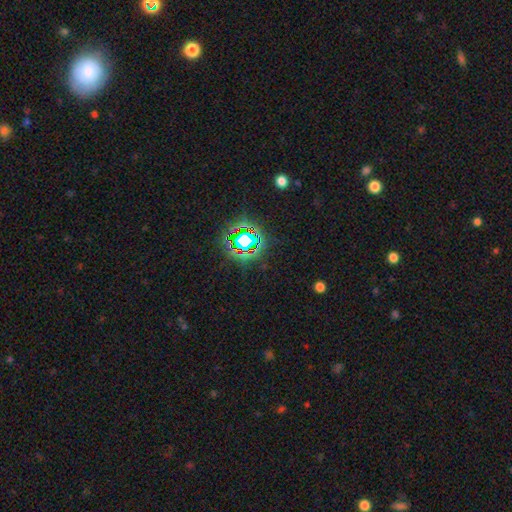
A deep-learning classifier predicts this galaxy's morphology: Q: Smooth or featured?
A: star or artifact (80%); runner-up: smooth (12%)